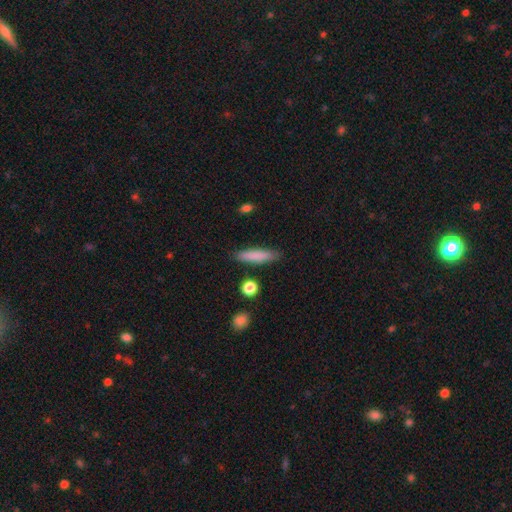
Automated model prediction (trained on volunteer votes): smooth_or_featured: smooth (p=0.82) [alt: featured or disk p=0.11]
how_rounded: cigar-shaped (p=0.82) [alt: in between p=0.16]
merging: none (p=0.87) [alt: minor disturbance p=0.09]